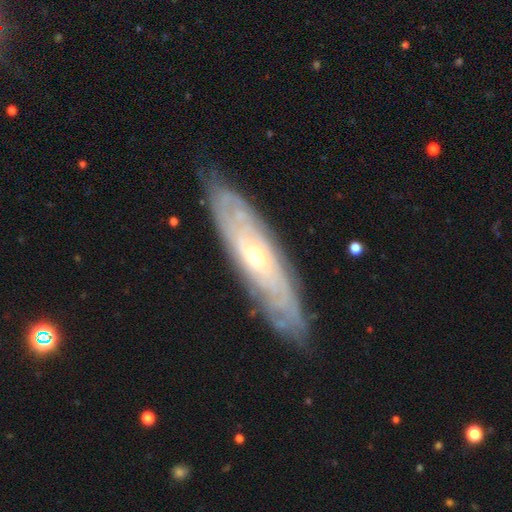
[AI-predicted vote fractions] Q: Smooth or featured?
A: featured or disk (79%); runner-up: smooth (15%)
Q: Edge-on disk?
A: no (67%); runner-up: yes (33%)
Q: Bar?
A: no (75%); runner-up: weak (20%)
Q: Spiral arms?
A: yes (85%); runner-up: no (15%)
Q: Bulge size?
A: small (56%); runner-up: moderate (40%)
Q: Merging?
A: none (84%); runner-up: minor disturbance (12%)